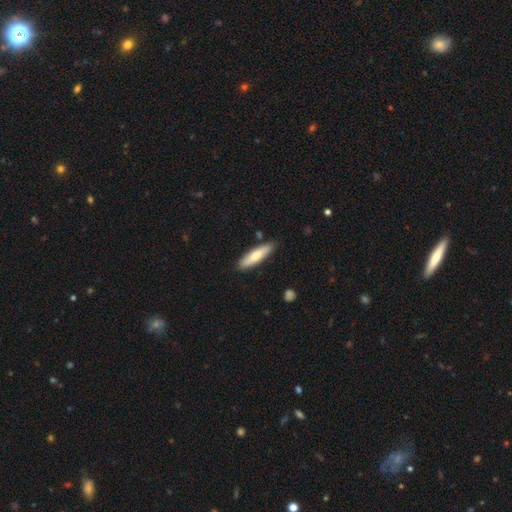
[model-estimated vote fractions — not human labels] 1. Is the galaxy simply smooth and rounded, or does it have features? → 73% smooth, 21% featured or disk, 5% star or artifact.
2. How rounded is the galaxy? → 71% cigar-shaped, 28% in between, 1% round.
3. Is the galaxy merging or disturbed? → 85% none, 11% minor disturbance, 2% major disturbance, 2% merger.